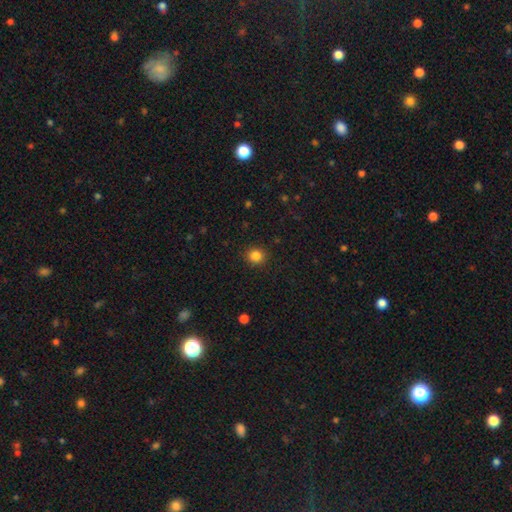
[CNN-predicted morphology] Smooth or featured: smooth — 85% (star or artifact — 11%)
How rounded: round — 90% (in between — 9%)
Merging: none — 91% (minor disturbance — 6%)